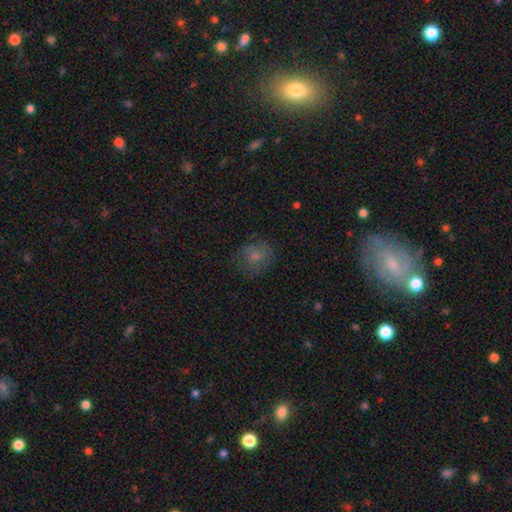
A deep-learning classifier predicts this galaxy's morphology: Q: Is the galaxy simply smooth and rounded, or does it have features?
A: smooth — 66%.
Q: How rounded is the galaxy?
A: round — 66%.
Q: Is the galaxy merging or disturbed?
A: none — 64%.